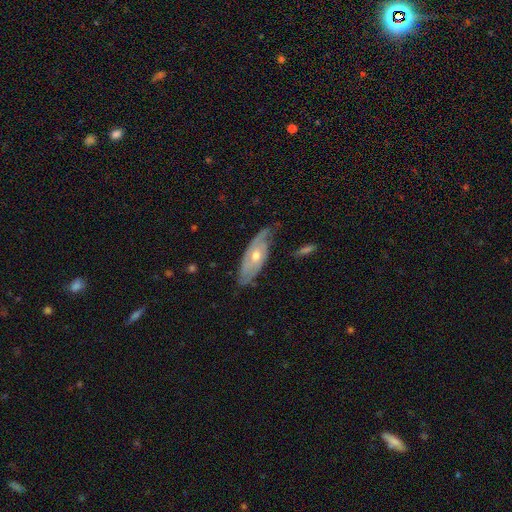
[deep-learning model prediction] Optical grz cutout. It shows a featured or disk galaxy (69%) with no bar (74%), spiral arms (79%) and a moderate central bulge (68%). Merging: none (63%).